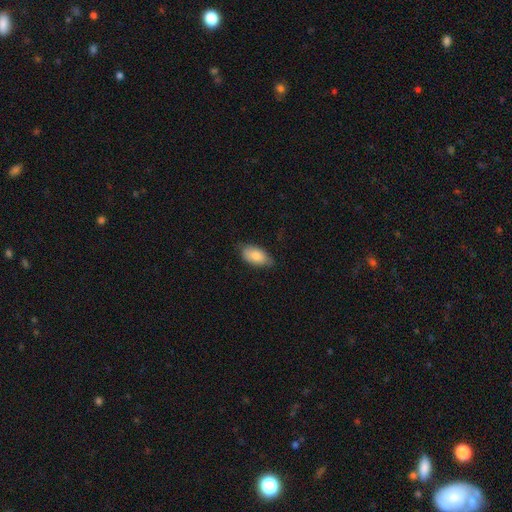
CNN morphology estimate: Smooth or featured: smooth — 81% (featured or disk — 13%)
How rounded: in between — 94% (round — 3%)
Merging: none — 74% (minor disturbance — 22%)